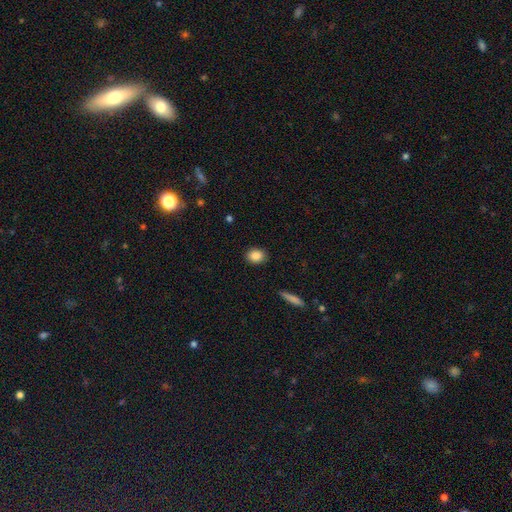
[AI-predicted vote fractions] This appears to be a smooth galaxy with no disk features (86%) that is round (49%, tied with in between). Merging: none (90%).